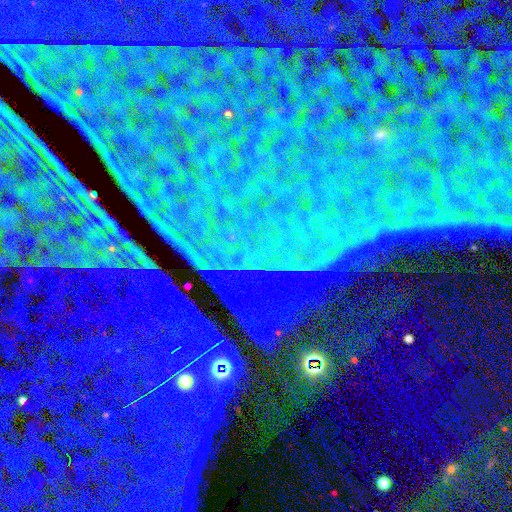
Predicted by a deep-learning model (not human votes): star or artifact 88%, featured or disk 6%, smooth 6%.